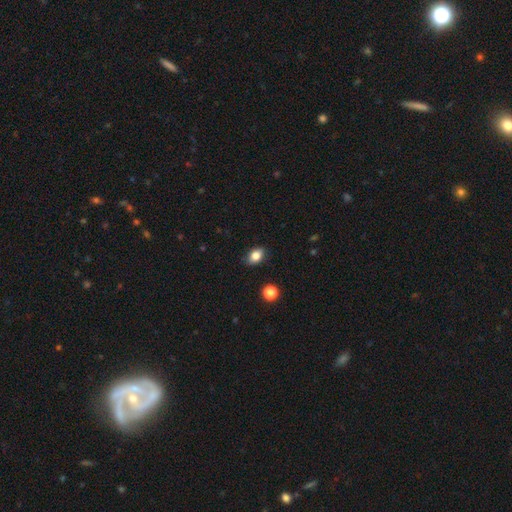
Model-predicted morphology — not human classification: Smooth or featured?
  - smooth: 83% *
  - star or artifact: 9%
  - featured or disk: 7%
How rounded?
  - in between: 80% *
  - round: 19%
  - cigar-shaped: 2%
Merging?
  - none: 86% *
  - minor disturbance: 11%
  - major disturbance: 2%
  - merger: 1%